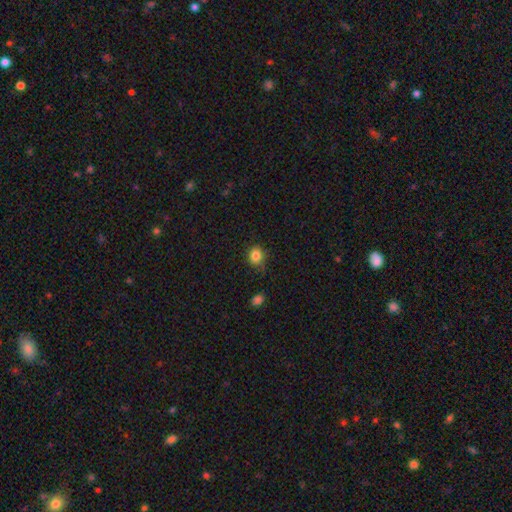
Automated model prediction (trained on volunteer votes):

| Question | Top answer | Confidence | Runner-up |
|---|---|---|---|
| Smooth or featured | smooth | 83% | star or artifact (11%) |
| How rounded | round | 70% | in between (29%) |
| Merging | none | 75% | minor disturbance (20%) |